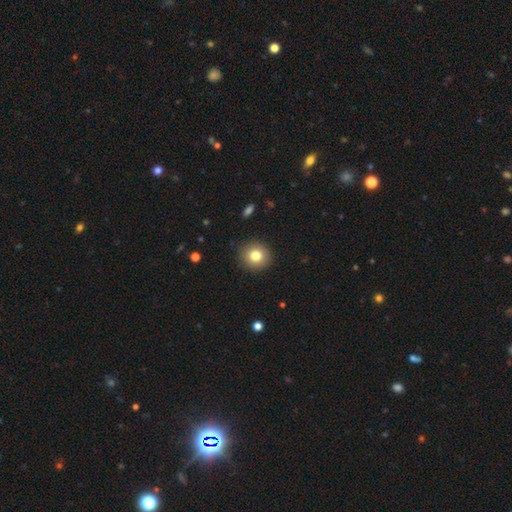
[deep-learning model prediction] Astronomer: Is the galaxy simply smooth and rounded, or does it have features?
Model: smooth — 80%.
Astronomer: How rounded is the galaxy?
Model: round — 90%.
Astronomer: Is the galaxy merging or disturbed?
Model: none — 91%.